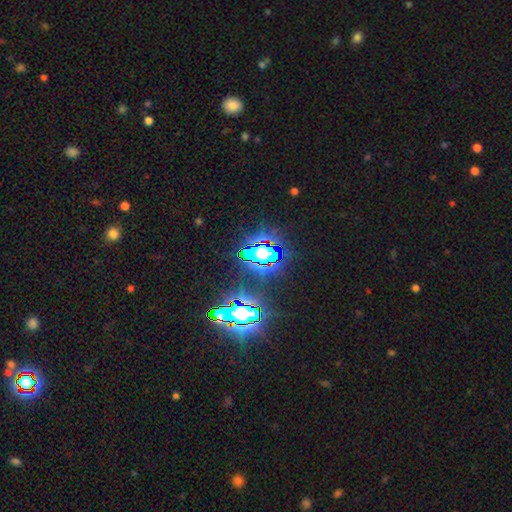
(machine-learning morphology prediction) The model was most divided on "smooth or featured": star or artifact: 71%, smooth: 17%, featured or disk: 12%.